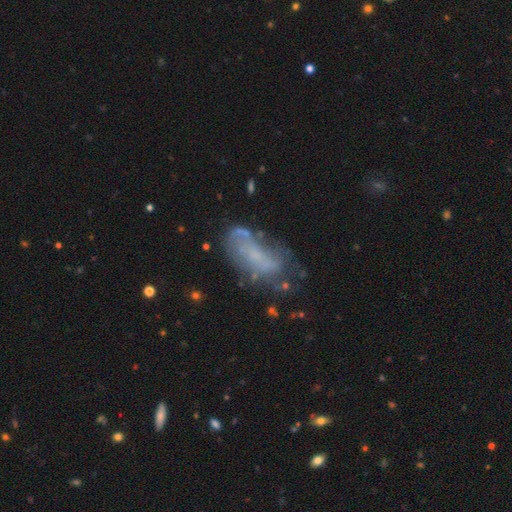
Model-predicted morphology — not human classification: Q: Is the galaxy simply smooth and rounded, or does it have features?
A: featured or disk — 54%.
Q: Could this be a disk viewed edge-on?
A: no — 92%.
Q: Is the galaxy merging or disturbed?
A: none — 46%.